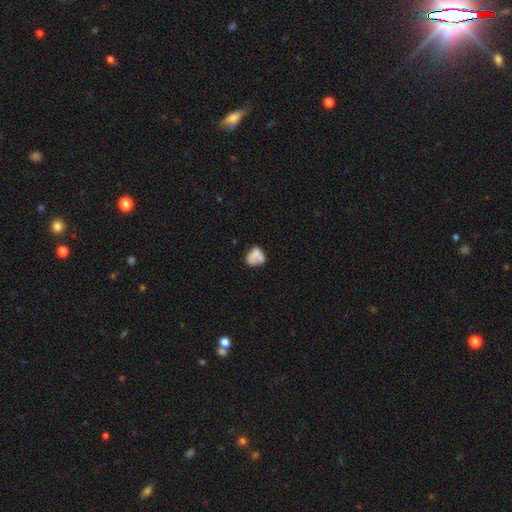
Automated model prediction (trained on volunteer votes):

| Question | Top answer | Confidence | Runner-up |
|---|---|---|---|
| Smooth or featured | smooth | 67% | featured or disk (24%) |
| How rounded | round | 50% | in between (49%) |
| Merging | none | 42% | minor disturbance (25%) |